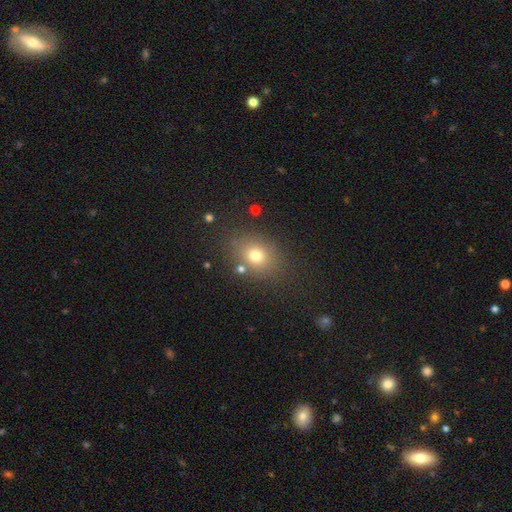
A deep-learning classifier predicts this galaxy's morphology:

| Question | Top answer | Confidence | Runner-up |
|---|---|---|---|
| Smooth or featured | smooth | 74% | star or artifact (16%) |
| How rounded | round | 53% | in between (46%) |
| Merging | none | 79% | minor disturbance (11%) |